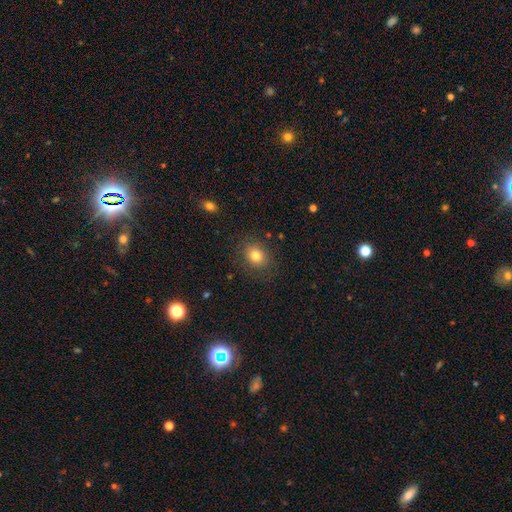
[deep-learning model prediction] The model was most divided on "how rounded": round: 53%, in between: 46%, cigar-shaped: 1%. More confident: merging — none (85%); smooth or featured — smooth (81%).